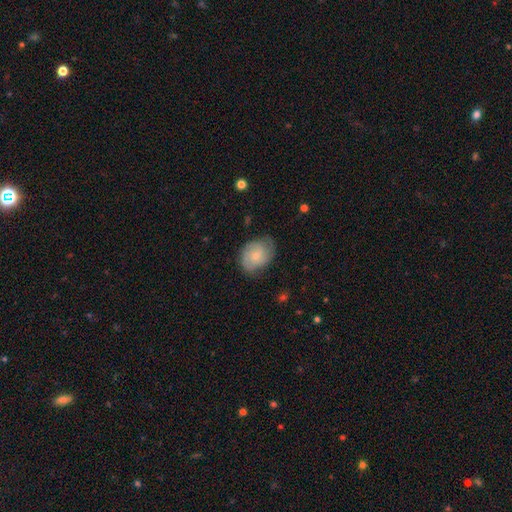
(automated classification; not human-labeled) This is possibly a smooth galaxy (57%). How rounded: likely in between (68%). Merging: likely none (61%).